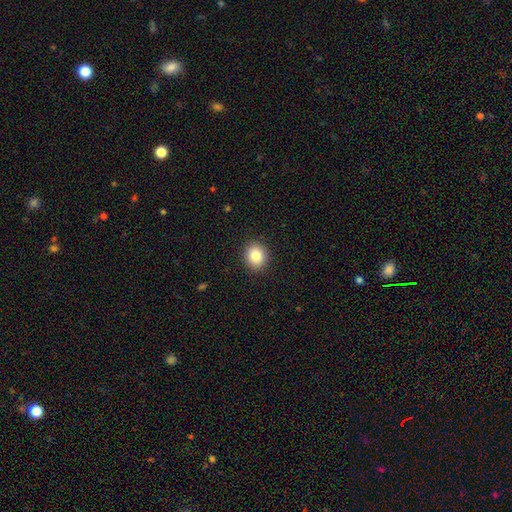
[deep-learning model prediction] Smooth or featured?
  - smooth: 84% *
  - star or artifact: 9%
  - featured or disk: 6%
How rounded?
  - round: 75% *
  - in between: 24%
  - cigar-shaped: 1%
Merging?
  - none: 91% *
  - minor disturbance: 6%
  - major disturbance: 2%
  - merger: 1%